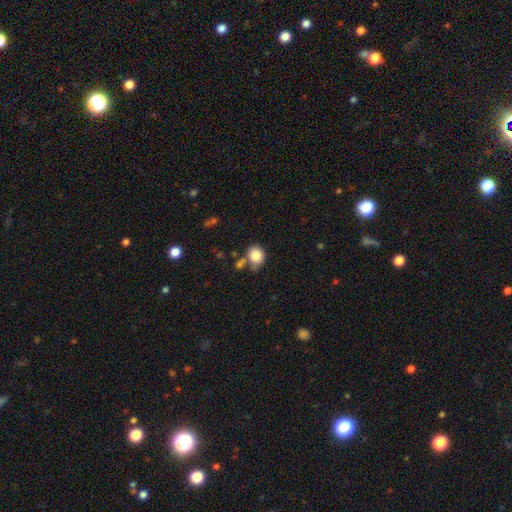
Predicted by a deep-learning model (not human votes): Morphology: type=smooth (83%); roundness=round (71%); merging=none (56%).